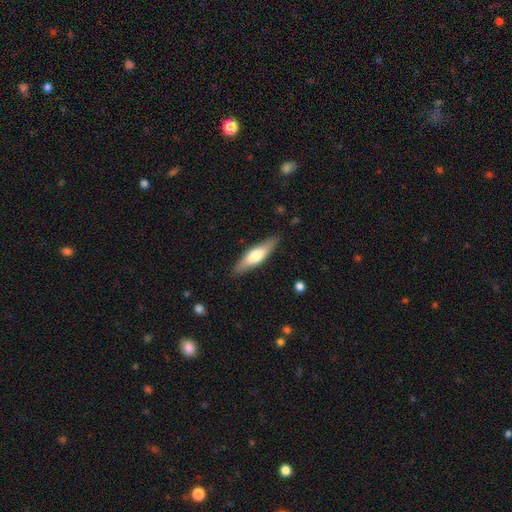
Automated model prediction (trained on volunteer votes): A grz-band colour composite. It shows a smooth galaxy with no disk features (58%) that is cigar-shaped (64%). Merging: none (86%).